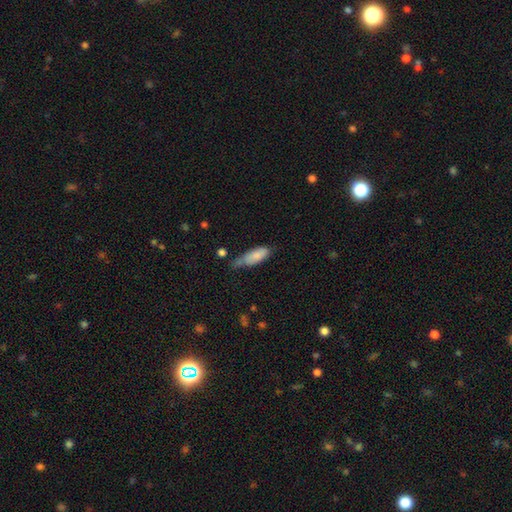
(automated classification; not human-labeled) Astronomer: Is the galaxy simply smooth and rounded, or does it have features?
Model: smooth — 82%.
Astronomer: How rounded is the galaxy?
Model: in between — 71%.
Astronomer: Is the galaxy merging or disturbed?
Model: minor disturbance — 42% (runner-up: none, 38%).